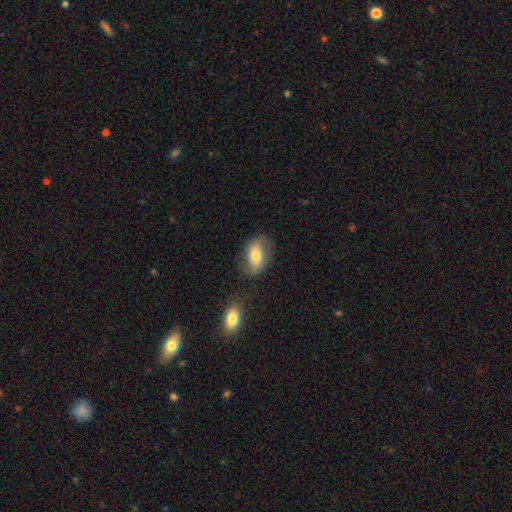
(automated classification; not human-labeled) Smooth or featured? smooth (50%)
How rounded? in between (85%)
Merging? none (67%)